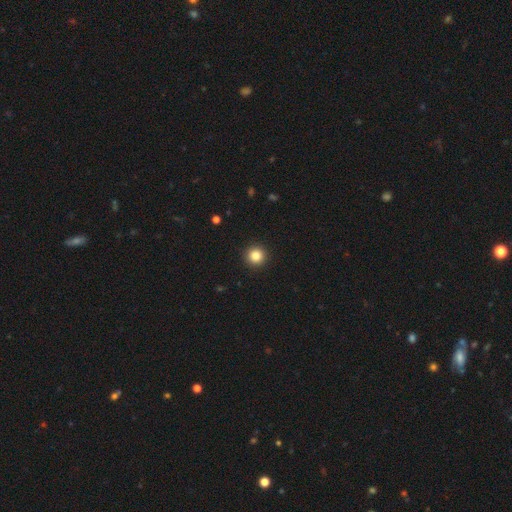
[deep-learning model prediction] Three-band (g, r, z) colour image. It shows a smooth galaxy with no disk features (84%) that is round (96%). Merging: none (93%).